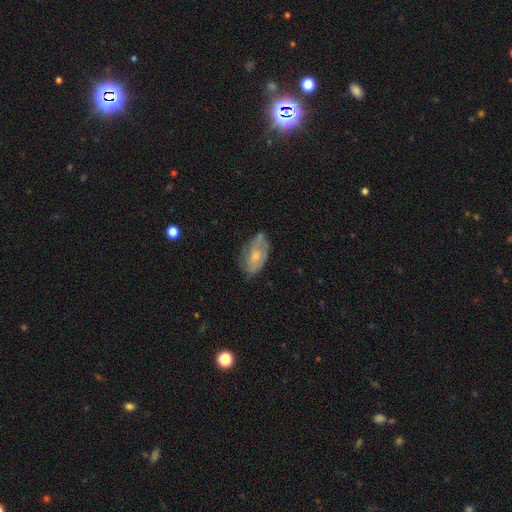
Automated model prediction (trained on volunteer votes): smooth_or_featured: featured or disk (p=0.51) [alt: smooth p=0.42]
disk_edge_on: no (p=0.93) [alt: yes p=0.07]
merging: none (p=0.62) [alt: minor disturbance p=0.28]